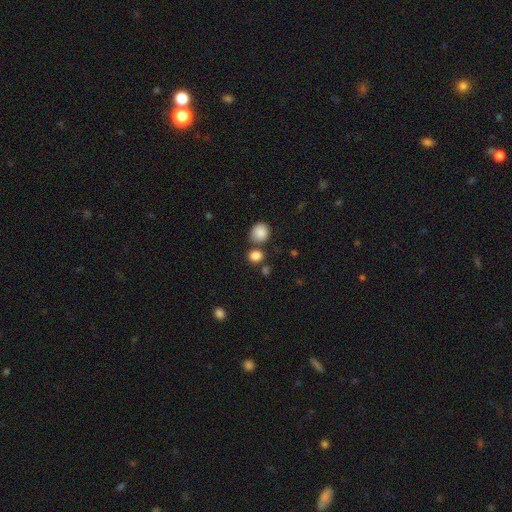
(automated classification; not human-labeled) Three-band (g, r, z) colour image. It shows a smooth galaxy with no disk features (84%) that is round (72%). Merging: none (66%).